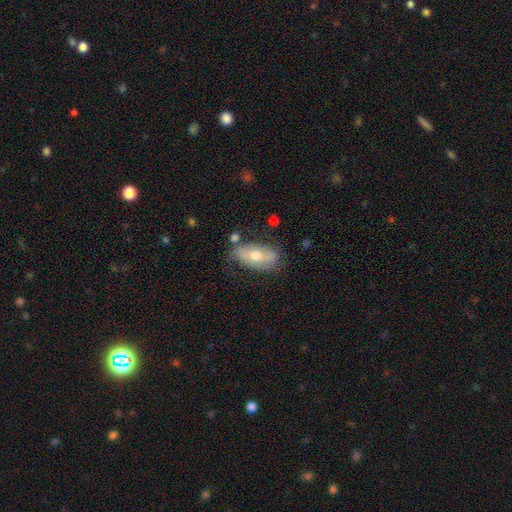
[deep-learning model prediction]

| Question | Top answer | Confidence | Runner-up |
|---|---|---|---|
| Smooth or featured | smooth | 49% | featured or disk (44%) |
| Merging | none | 61% | minor disturbance (25%) |